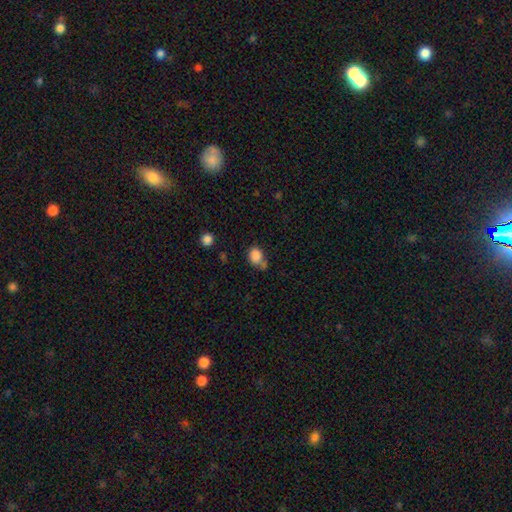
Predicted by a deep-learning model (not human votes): Smooth or featured?
  - smooth: 85% *
  - star or artifact: 10%
  - featured or disk: 5%
How rounded?
  - in between: 51% *
  - round: 48%
  - cigar-shaped: 1%
Merging?
  - none: 53% *
  - merger: 20%
  - minor disturbance: 20%
  - major disturbance: 7%